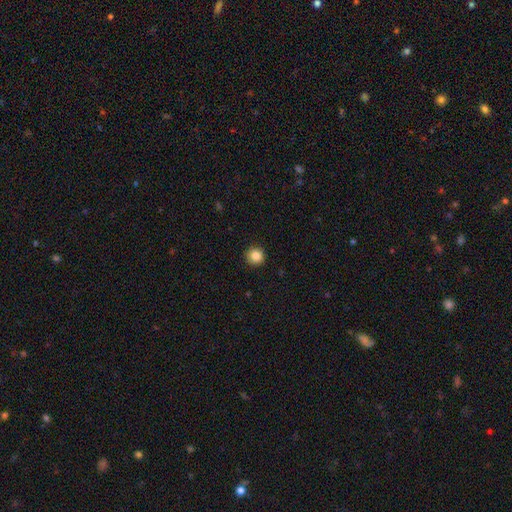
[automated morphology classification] The model was most divided on "smooth or featured": smooth: 86%, star or artifact: 10%, featured or disk: 4%. More confident: how rounded — round (95%); merging — none (92%).